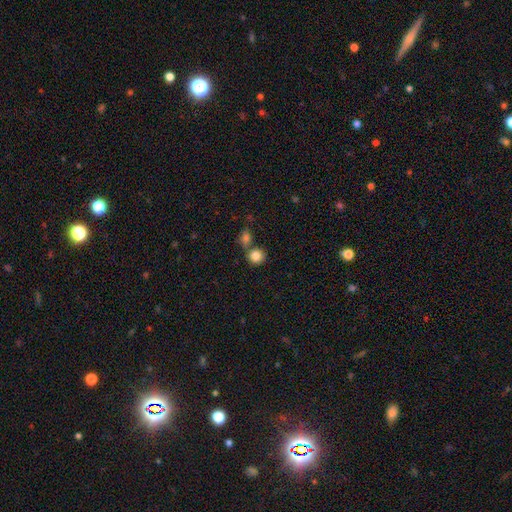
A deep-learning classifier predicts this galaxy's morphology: Q: Smooth or featured?
A: smooth (85%); runner-up: star or artifact (9%)
Q: How rounded?
A: round (85%); runner-up: in between (14%)
Q: Merging?
A: none (62%); runner-up: merger (26%)